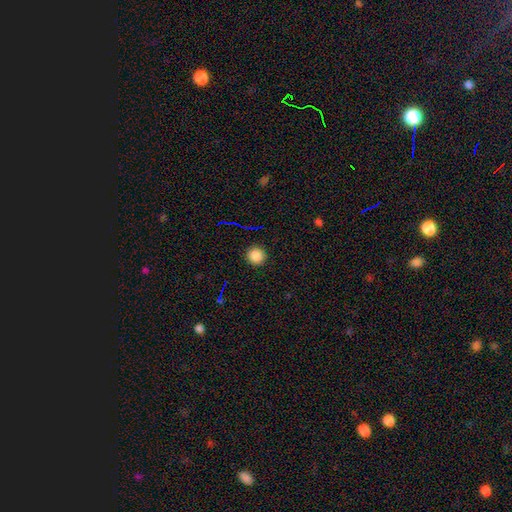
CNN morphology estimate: Smooth or featured? Predicted: smooth (p=0.84). How rounded? Predicted: round (p=0.95). Merging? Predicted: none (p=0.92).